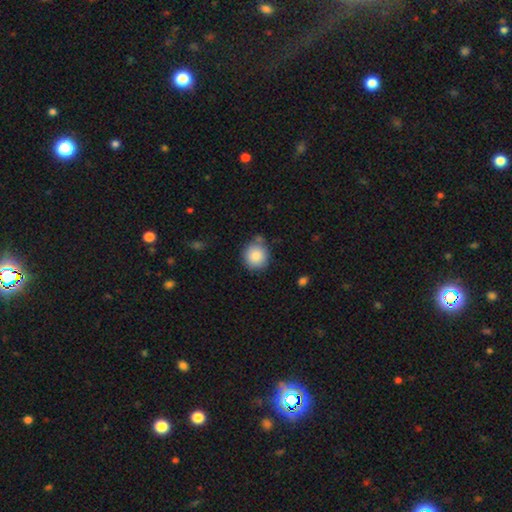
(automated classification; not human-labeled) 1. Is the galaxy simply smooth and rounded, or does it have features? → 87% smooth, 8% star or artifact, 5% featured or disk.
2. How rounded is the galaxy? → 88% round, 11% in between, 1% cigar-shaped.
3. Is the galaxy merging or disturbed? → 76% none, 14% minor disturbance, 6% merger, 4% major disturbance.